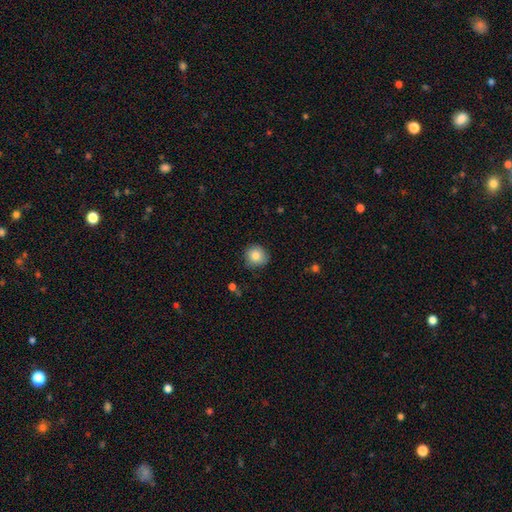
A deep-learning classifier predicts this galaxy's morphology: smooth_or_featured: smooth (p=0.84) [alt: star or artifact p=0.09]
how_rounded: round (p=0.88) [alt: in between p=0.11]
merging: none (p=0.84) [alt: minor disturbance p=0.13]